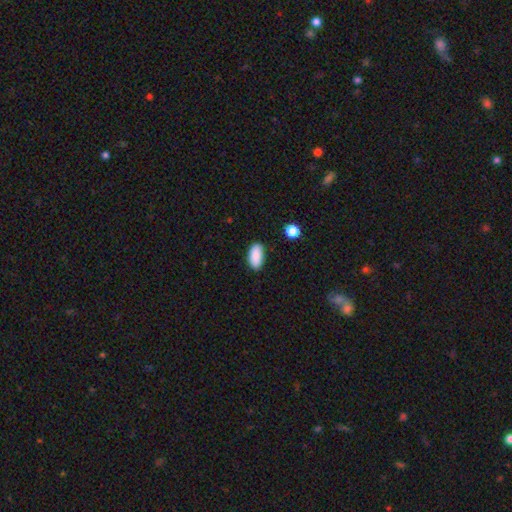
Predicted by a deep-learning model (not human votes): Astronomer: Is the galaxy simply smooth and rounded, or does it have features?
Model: smooth — 90%.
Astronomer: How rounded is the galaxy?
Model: in between — 93%.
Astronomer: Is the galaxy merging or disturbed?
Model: none — 85%.